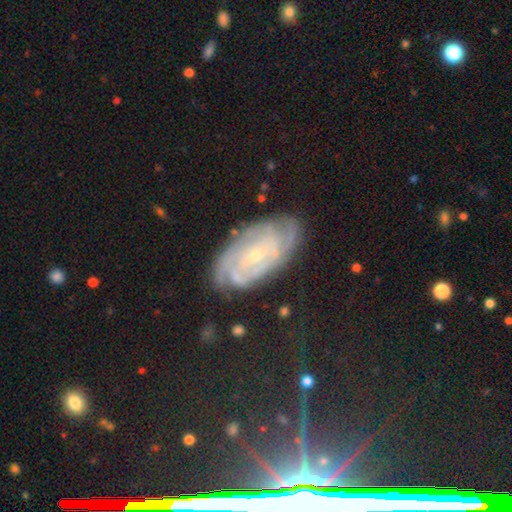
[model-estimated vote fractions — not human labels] Overall: featured or disk (78%). Edge-on disk: no (94%). Bar: no (49%; weak 38%). Spiral arms: yes (93%). Spiral arm count: can't tell (44%; 2 19%). Spiral winding: tight (73%). Bulge size: small (79%). Merging: none (77%).